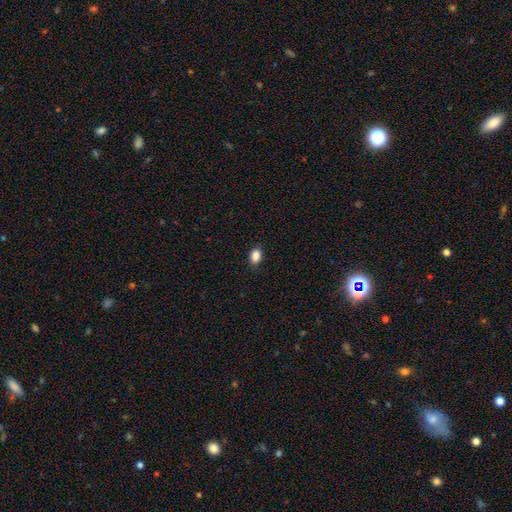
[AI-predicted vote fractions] Q: Smooth or featured?
A: smooth (87%); runner-up: star or artifact (9%)
Q: How rounded?
A: in between (76%); runner-up: round (23%)
Q: Merging?
A: none (88%); runner-up: minor disturbance (9%)